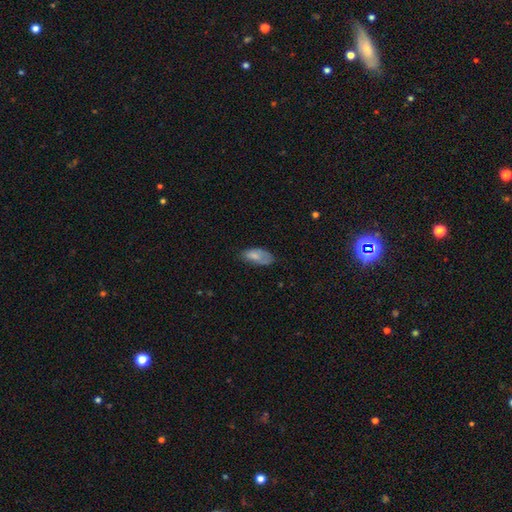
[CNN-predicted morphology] smooth_or_featured: smooth (p=0.74) [alt: featured or disk p=0.18]
how_rounded: in between (p=0.91) [alt: cigar-shaped p=0.06]
merging: none (p=0.53) [alt: minor disturbance p=0.33]